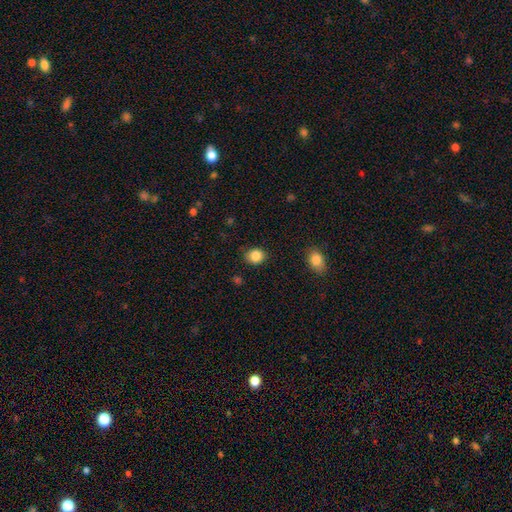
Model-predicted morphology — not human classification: smooth-or-featured: smooth: 86% | star or artifact: 10% | featured or disk: 5%
  how-rounded: round: 59% | in between: 40% | cigar-shaped: 1%
  merging: none: 82% | minor disturbance: 13% | major disturbance: 3% | merger: 2%